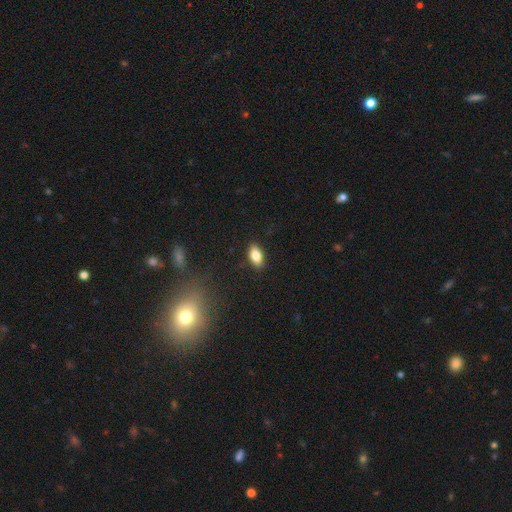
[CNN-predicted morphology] smooth_or_featured: smooth (p=0.81) [alt: featured or disk p=0.11]
how_rounded: in between (p=0.89) [alt: cigar-shaped p=0.07]
merging: none (p=0.88) [alt: minor disturbance p=0.09]